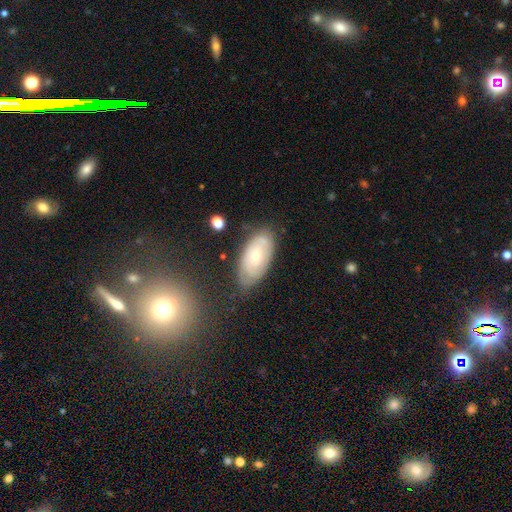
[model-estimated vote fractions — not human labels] Smooth or featured? featured or disk (60%)
Edge-on disk? no (92%)
Bar? no (75%)
Spiral arms? yes (73%)
Bulge size? small (60%)
Merging? none (74%)